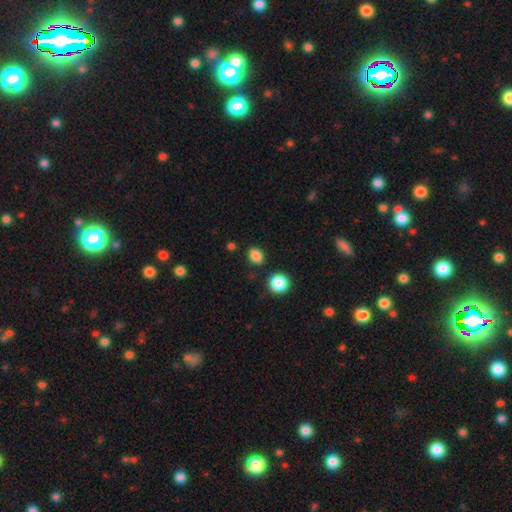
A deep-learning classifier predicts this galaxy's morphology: smooth_or_featured: smooth (p=0.85) [alt: star or artifact p=0.11]
how_rounded: in between (p=0.59) [alt: round p=0.40]
merging: none (p=0.84) [alt: minor disturbance p=0.10]